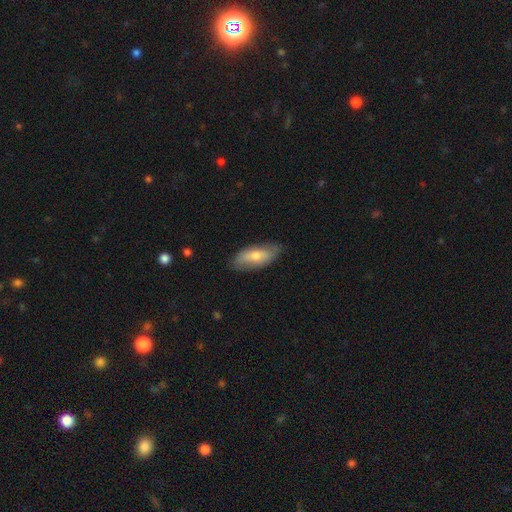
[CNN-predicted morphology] A smooth galaxy with no disk features (61%) that is in between round and cigar-shaped (81%).

Vote fractions:
- Smooth or featured? smooth: 61% / featured or disk: 33% / star or artifact: 6%
- How rounded? in between: 81% / cigar-shaped: 16% / round: 3%
- Merging? none: 77% / minor disturbance: 19% / major disturbance: 3% / merger: 1%